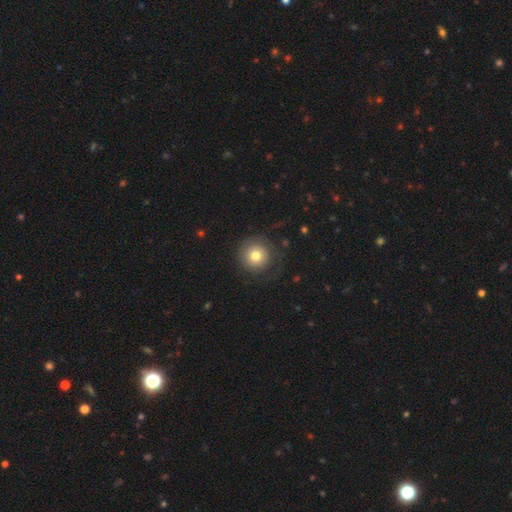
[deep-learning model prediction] smooth 72%, featured or disk 18%, star or artifact 10%. Down the decision tree: how rounded — round (95%); merging — none (76%).